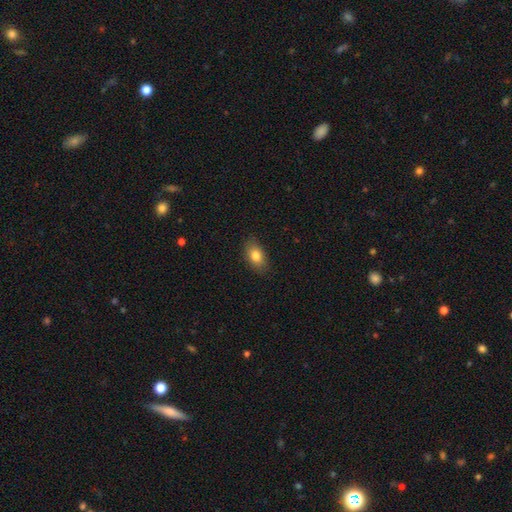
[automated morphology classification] smooth_or_featured: smooth (p=0.82) [alt: featured or disk p=0.10]
how_rounded: in between (p=0.87) [alt: round p=0.11]
merging: none (p=0.85) [alt: minor disturbance p=0.12]